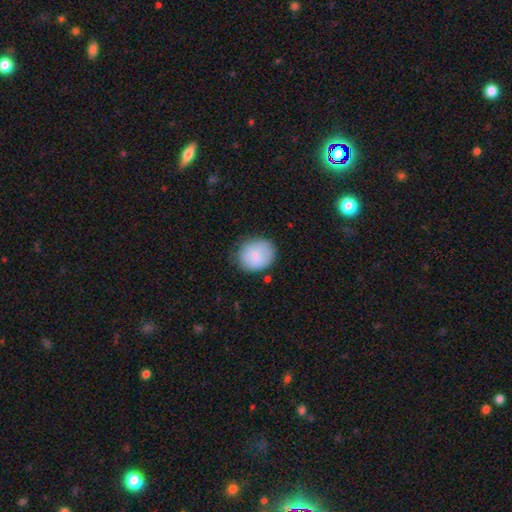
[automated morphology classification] This appears to be a smooth galaxy with no disk features (78%) that is round (68%). Merging: none (72%).